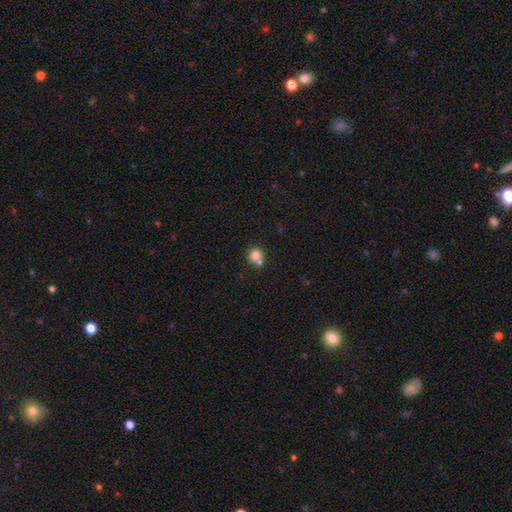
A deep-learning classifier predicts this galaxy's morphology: Smooth or featured?
  - smooth: 79% *
  - star or artifact: 11%
  - featured or disk: 10%
How rounded?
  - round: 89% *
  - in between: 10%
  - cigar-shaped: 1%
Merging?
  - none: 52% *
  - merger: 38%
  - minor disturbance: 7%
  - major disturbance: 3%